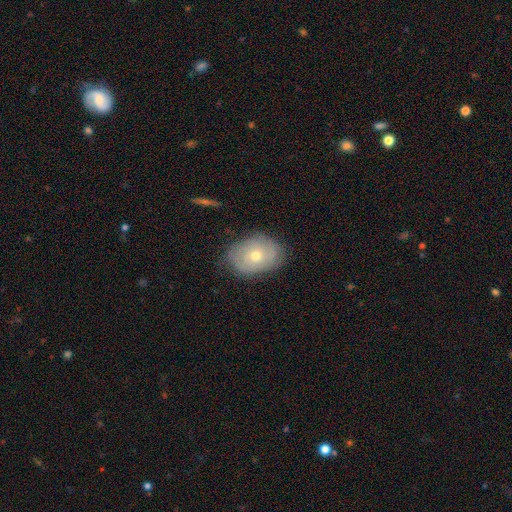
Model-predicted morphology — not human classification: type=featured or disk (51%); edge-on=no (94%); merging=none (77%).